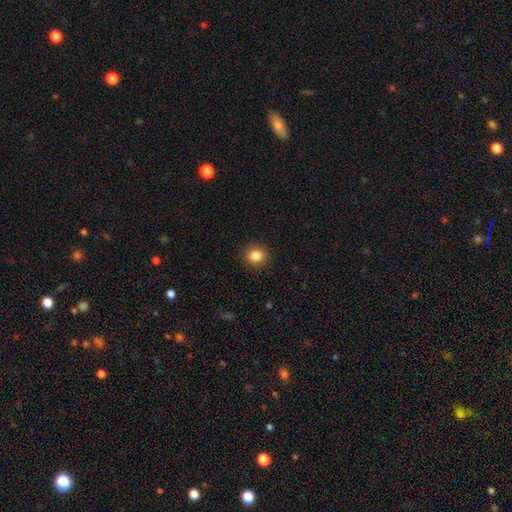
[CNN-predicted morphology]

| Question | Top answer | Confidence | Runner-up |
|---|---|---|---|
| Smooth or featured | smooth | 85% | star or artifact (10%) |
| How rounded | round | 89% | in between (10%) |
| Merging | none | 91% | minor disturbance (6%) |